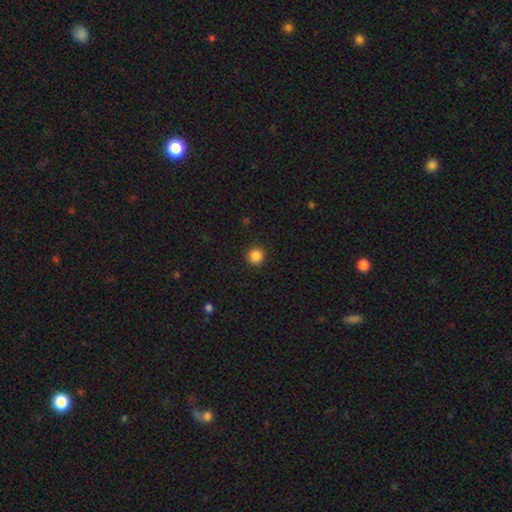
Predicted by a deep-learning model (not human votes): A smooth galaxy with no disk features (87%) that is round (94%).

Vote fractions:
- Smooth or featured? smooth: 87% / star or artifact: 11% / featured or disk: 3%
- How rounded? round: 94% / in between: 5% / cigar-shaped: 1%
- Merging? none: 91% / minor disturbance: 6% / major disturbance: 2% / merger: 1%